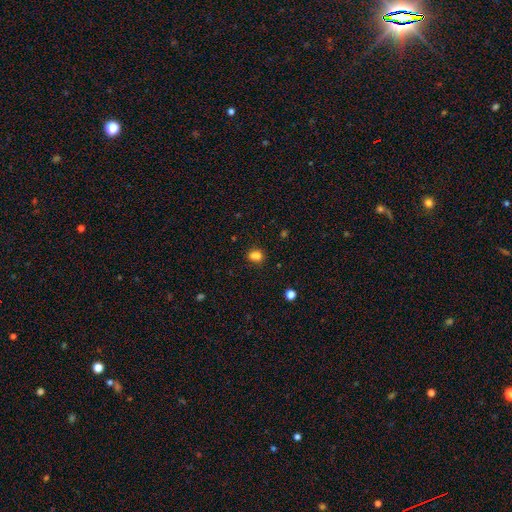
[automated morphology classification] Q: Smooth or featured?
A: smooth (80%); runner-up: star or artifact (13%)
Q: How rounded?
A: in between (60%); runner-up: round (38%)
Q: Merging?
A: none (66%); runner-up: minor disturbance (15%)